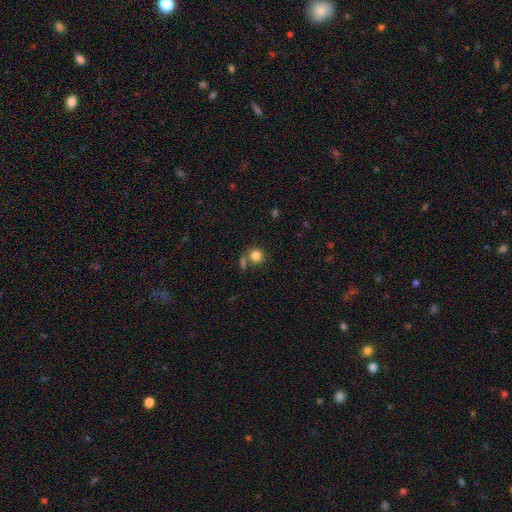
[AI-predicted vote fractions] This appears to be a smooth galaxy with no disk features (83%) that is round (88%). Merging: none (66%).